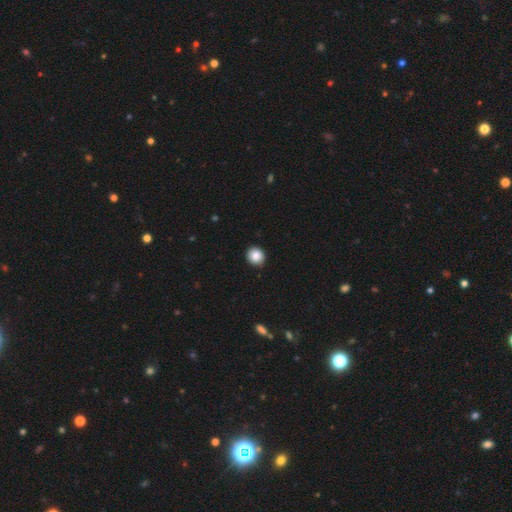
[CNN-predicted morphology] Q: Smooth or featured?
A: smooth (87%); runner-up: star or artifact (9%)
Q: How rounded?
A: round (86%); runner-up: in between (13%)
Q: Merging?
A: none (91%); runner-up: minor disturbance (6%)